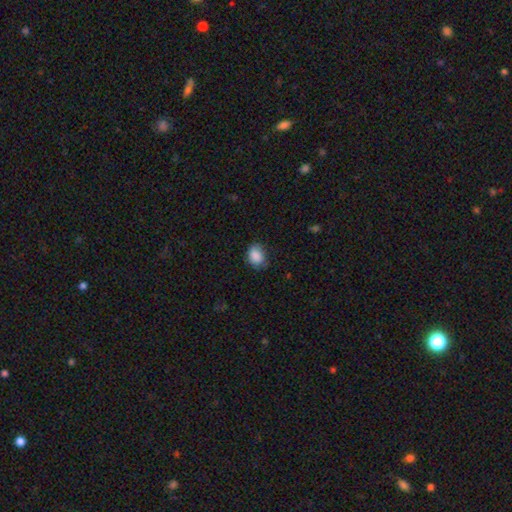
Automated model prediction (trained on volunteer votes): Smooth or featured? Predicted: smooth (p=0.88). How rounded? Predicted: in between (p=0.60). Merging? Predicted: none (p=0.71).